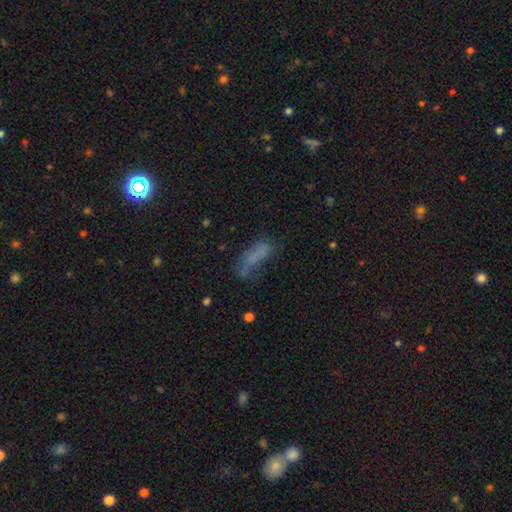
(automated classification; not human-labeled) A smooth galaxy with no disk features (65%) that is in between round and cigar-shaped (50%). Merging: none (42%).